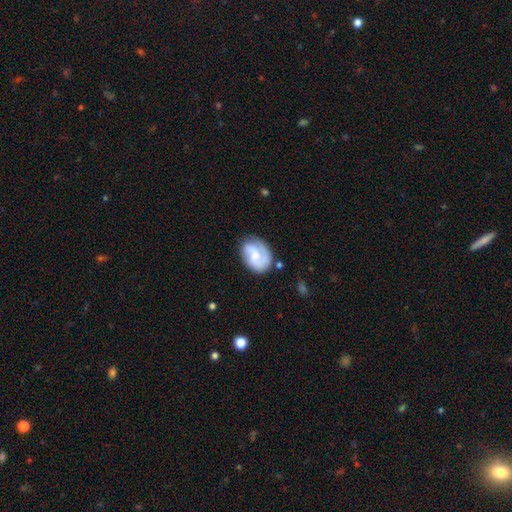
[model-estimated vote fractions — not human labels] Smooth or featured? featured or disk (68%)
Edge-on disk? no (97%)
Bar? no (53%)
Spiral arms? yes (92%)
Spiral winding? medium (42%)
Spiral arm count? 2 (54%)
Bulge size? moderate (42%)
Merging? none (66%)